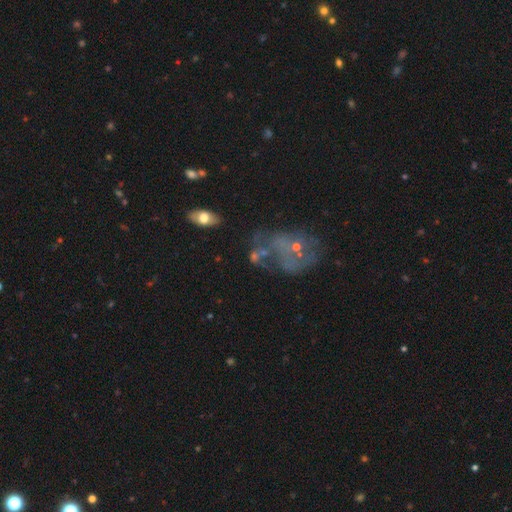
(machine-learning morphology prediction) type=featured or disk (44%); merging=none (35%).